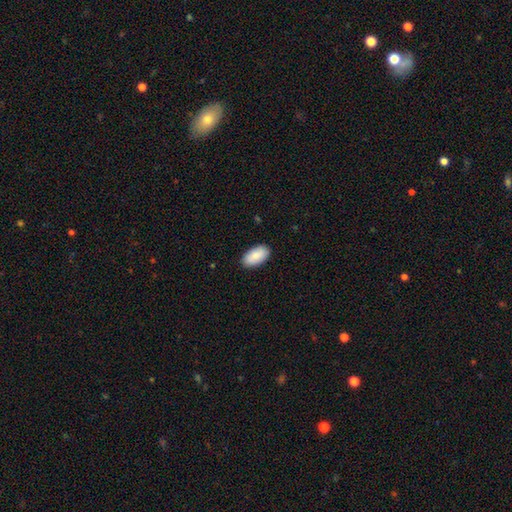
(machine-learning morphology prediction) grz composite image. It shows a smooth galaxy with no disk features (88%) that is in between round and cigar-shaped (96%). Merging: none (89%).